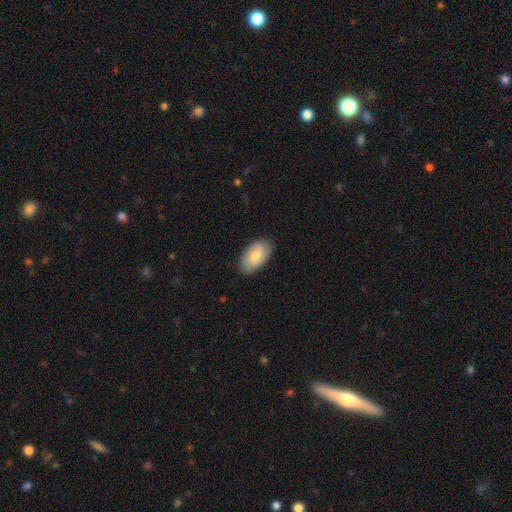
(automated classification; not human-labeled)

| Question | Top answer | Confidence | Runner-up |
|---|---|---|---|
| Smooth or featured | smooth | 58% | featured or disk (36%) |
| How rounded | in between | 93% | round (5%) |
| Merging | none | 81% | minor disturbance (15%) |